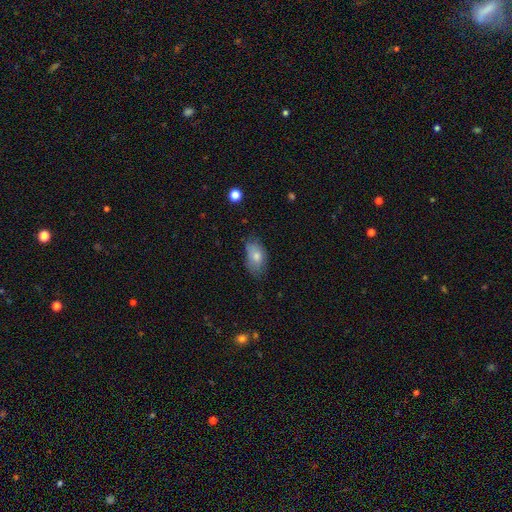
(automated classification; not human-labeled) A smooth galaxy with no disk features (75%) that is in between round and cigar-shaped (91%). Merging: none (56%).